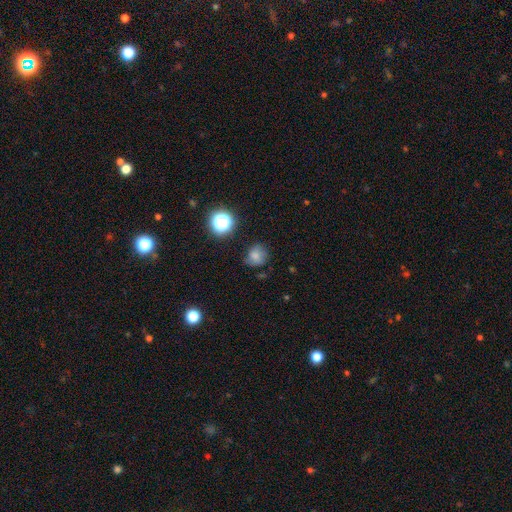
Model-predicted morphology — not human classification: Q: Smooth or featured?
A: smooth (72%); runner-up: star or artifact (17%)
Q: How rounded?
A: round (77%); runner-up: in between (22%)
Q: Merging?
A: none (65%); runner-up: minor disturbance (25%)